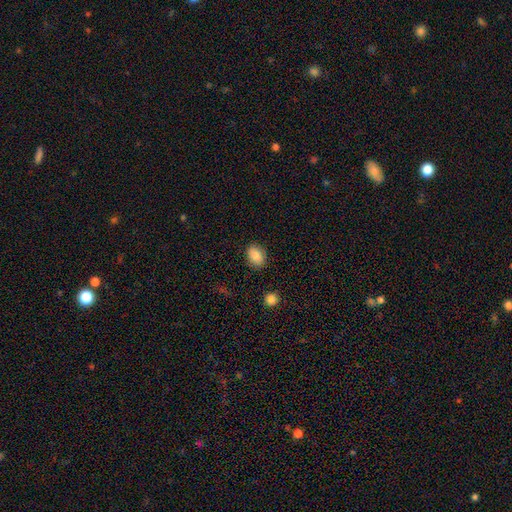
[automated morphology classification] smooth-or-featured: smooth: 85% | star or artifact: 8% | featured or disk: 7%
  how-rounded: in between: 70% | round: 29% | cigar-shaped: 1%
  merging: none: 84% | minor disturbance: 11% | major disturbance: 3% | merger: 2%